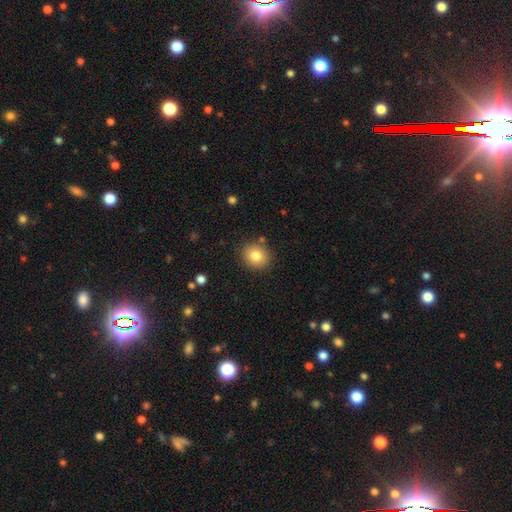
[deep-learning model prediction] The model was most divided on "how rounded": round: 79%, in between: 21%, cigar-shaped: 1%. More confident: merging — none (86%); smooth or featured — smooth (82%).